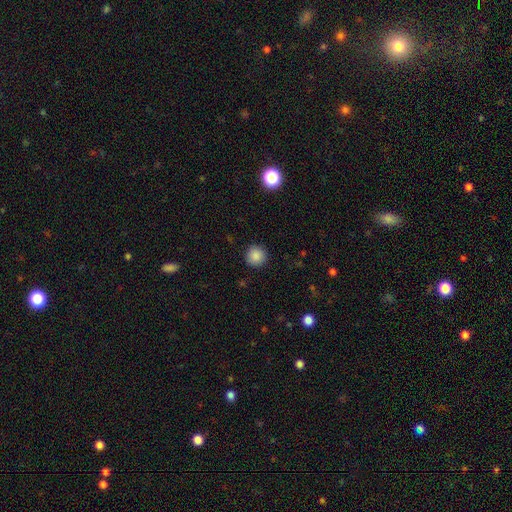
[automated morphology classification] type=smooth (87%); roundness=round (95%); merging=none (91%).